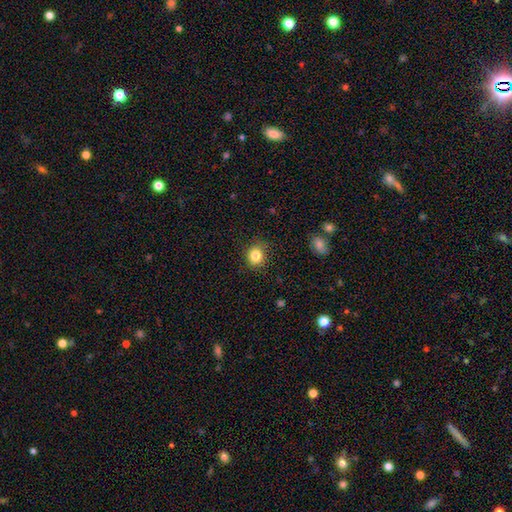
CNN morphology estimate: A smooth galaxy with no disk features (84%) that is round (72%). Merging: none (83%).